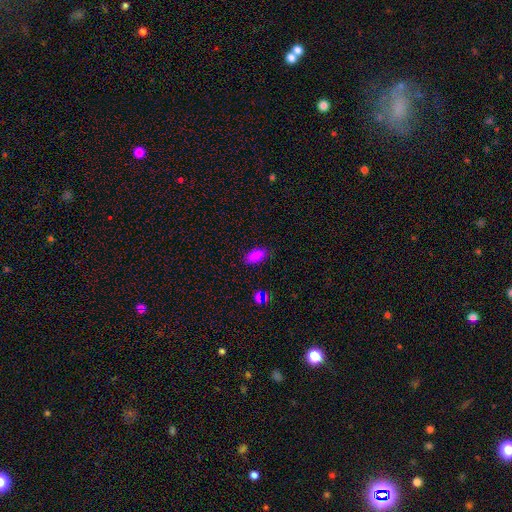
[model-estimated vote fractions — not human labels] A smooth galaxy with no disk features (85%) that is in between round and cigar-shaped (90%).

Vote fractions:
- Smooth or featured? smooth: 85% / star or artifact: 10% / featured or disk: 5%
- How rounded? in between: 90% / cigar-shaped: 7% / round: 3%
- Merging? none: 85% / minor disturbance: 11% / major disturbance: 3% / merger: 1%